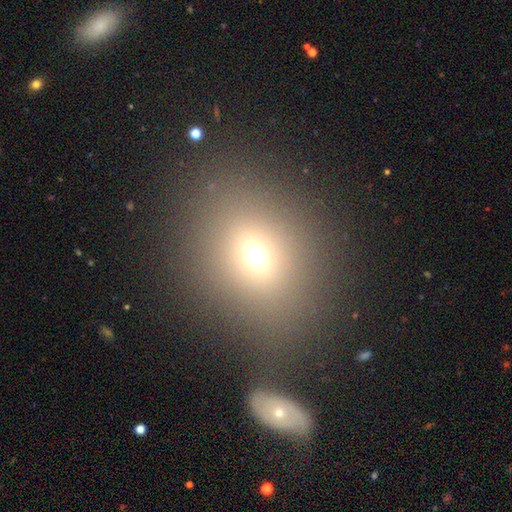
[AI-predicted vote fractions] Smooth or featured? Predicted: smooth (p=0.67). How rounded? Predicted: round (p=0.59). Merging? Predicted: none (p=0.73).